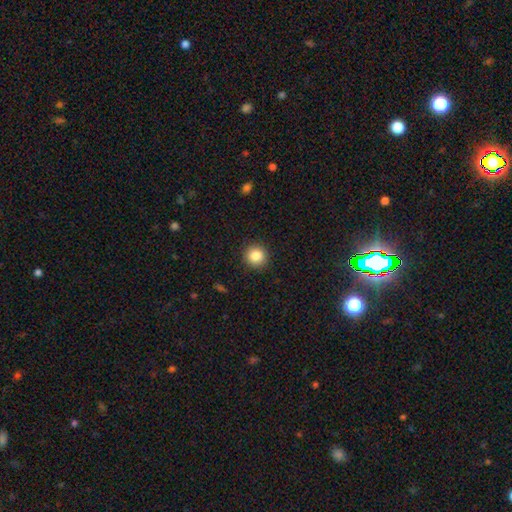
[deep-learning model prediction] This is clearly a smooth galaxy (85%). How rounded: clearly round (94%). Merging: clearly none (91%).